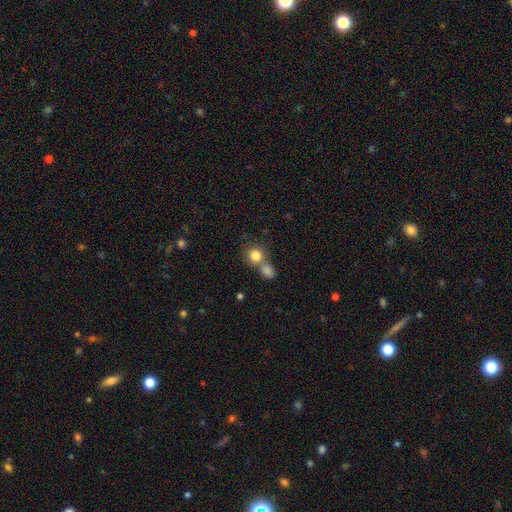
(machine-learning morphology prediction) This appears to be a smooth galaxy with no disk features (82%) that is round (83%). Merging: merger (46%).